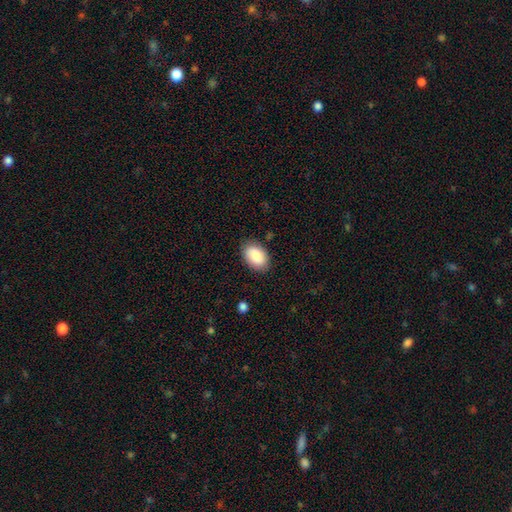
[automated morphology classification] A smooth galaxy with no disk features (89%) that is in between round and cigar-shaped (92%). Merging: none (84%).